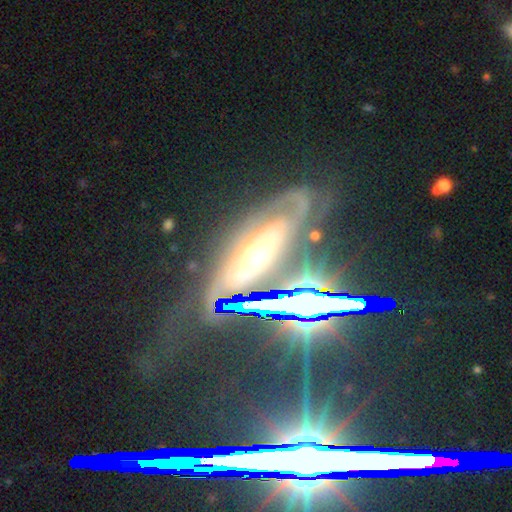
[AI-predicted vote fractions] Smooth or featured: featured or disk — 63% (star or artifact — 22%)
Edge-on disk: no — 70% (yes — 30%)
Merging: none — 56% (minor disturbance — 20%)